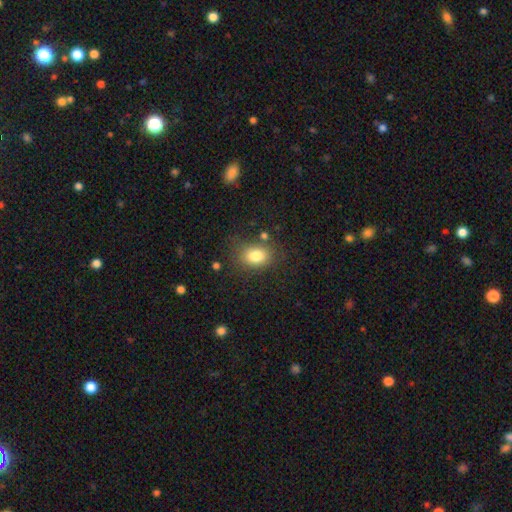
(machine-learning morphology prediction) Smooth or featured: smooth — 82% (star or artifact — 10%)
How rounded: in between — 69% (round — 30%)
Merging: none — 76% (minor disturbance — 15%)